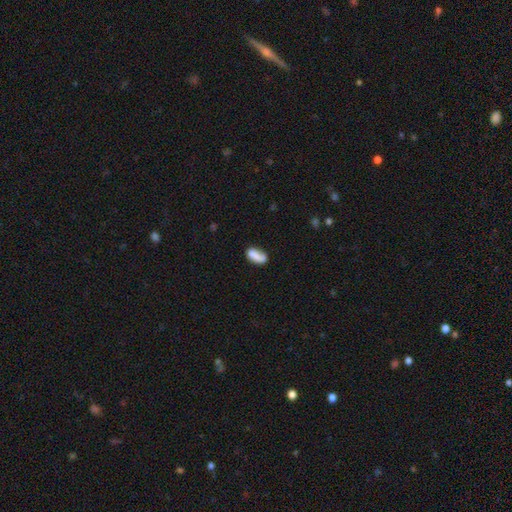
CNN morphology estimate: type=smooth (77%); roundness=in between (82%); merging=none (55%).